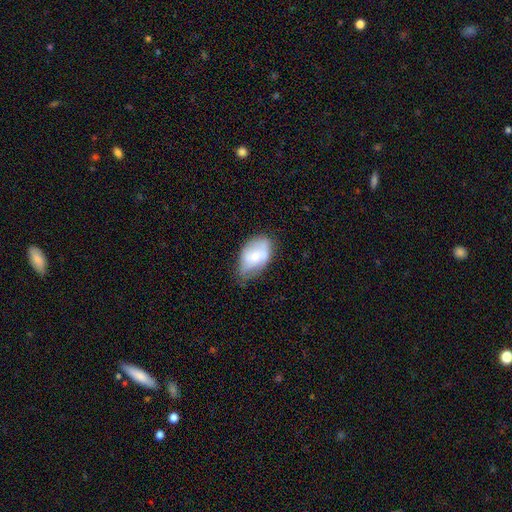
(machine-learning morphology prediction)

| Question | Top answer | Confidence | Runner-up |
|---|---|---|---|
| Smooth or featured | smooth | 58% | featured or disk (35%) |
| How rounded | in between | 89% | round (9%) |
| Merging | none | 47% | minor disturbance (37%) |